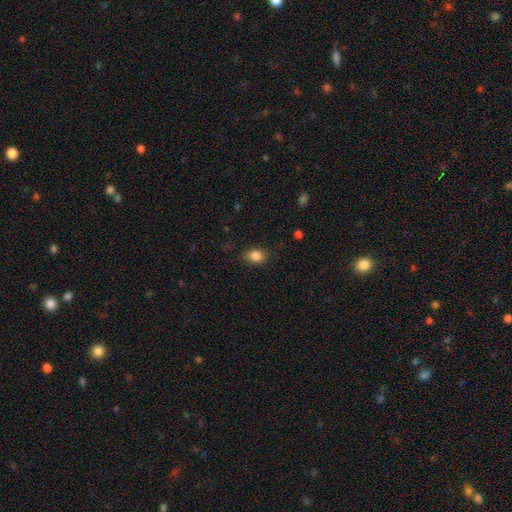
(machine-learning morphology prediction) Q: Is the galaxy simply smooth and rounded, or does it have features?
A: smooth — 85%.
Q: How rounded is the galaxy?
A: in between — 71%.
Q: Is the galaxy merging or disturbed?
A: none — 83%.